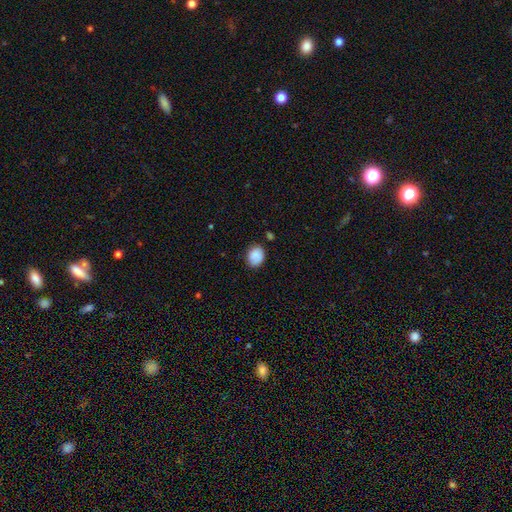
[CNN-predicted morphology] Q: Smooth or featured?
A: smooth (85%); runner-up: star or artifact (8%)
Q: How rounded?
A: in between (54%); runner-up: round (45%)
Q: Merging?
A: none (74%); runner-up: minor disturbance (19%)